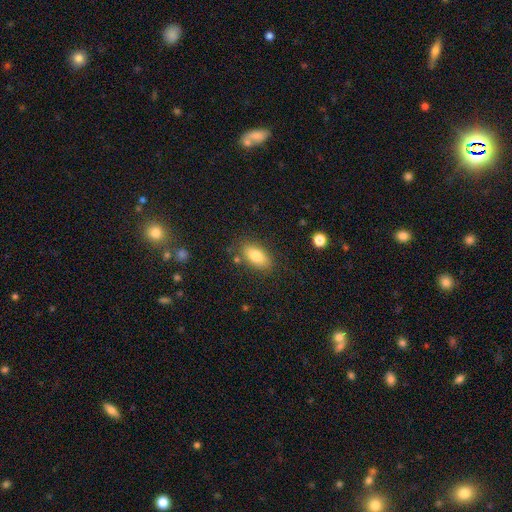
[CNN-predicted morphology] A smooth galaxy with no disk features (81%) that is in between round and cigar-shaped (89%).

Vote fractions:
- Smooth or featured? smooth: 81% / featured or disk: 12% / star or artifact: 8%
- How rounded? in between: 89% / cigar-shaped: 6% / round: 4%
- Merging? none: 80% / minor disturbance: 13% / major disturbance: 3% / merger: 3%